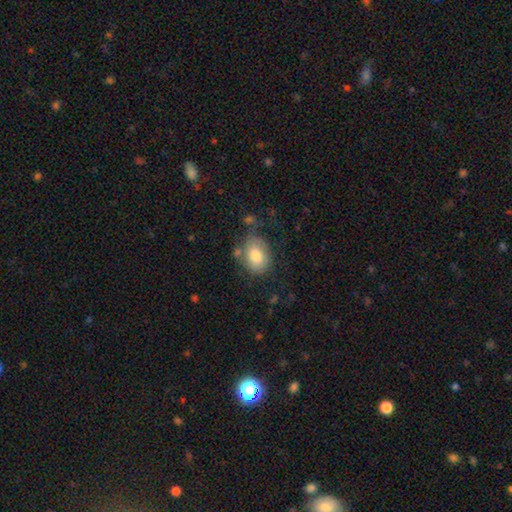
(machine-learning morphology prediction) The model was most divided on "merging": none: 65%, minor disturbance: 21%, major disturbance: 8%, merger: 6%. More confident: smooth or featured — smooth (78%); how rounded — in between (72%).